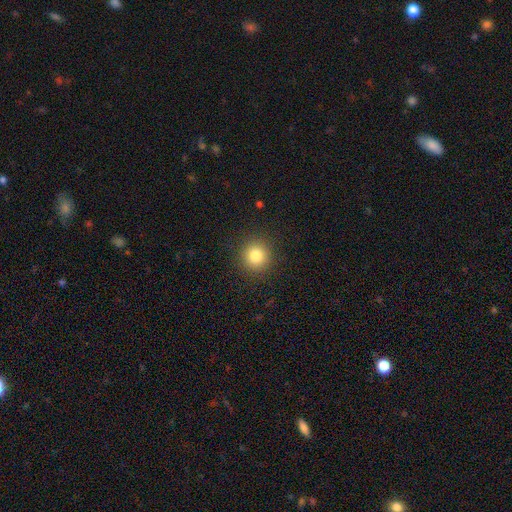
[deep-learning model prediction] A smooth galaxy with no disk features (82%) that is round (92%).

Vote fractions:
- Smooth or featured? smooth: 82% / star or artifact: 11% / featured or disk: 6%
- How rounded? round: 92% / in between: 7% / cigar-shaped: 1%
- Merging? none: 91% / minor disturbance: 6% / major disturbance: 2% / merger: 1%